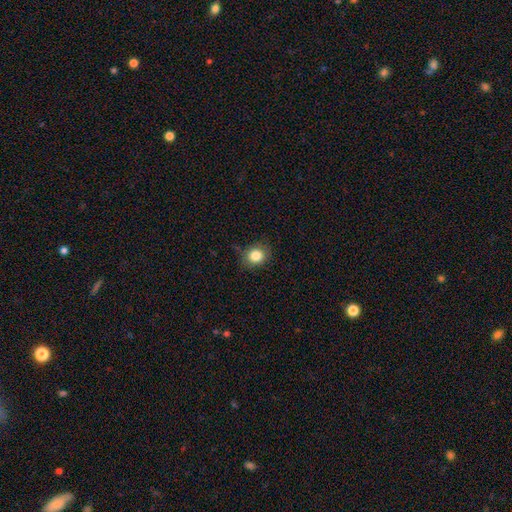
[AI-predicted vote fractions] This is clearly a smooth galaxy (84%). How rounded: likely round (68%). Merging: clearly none (81%).